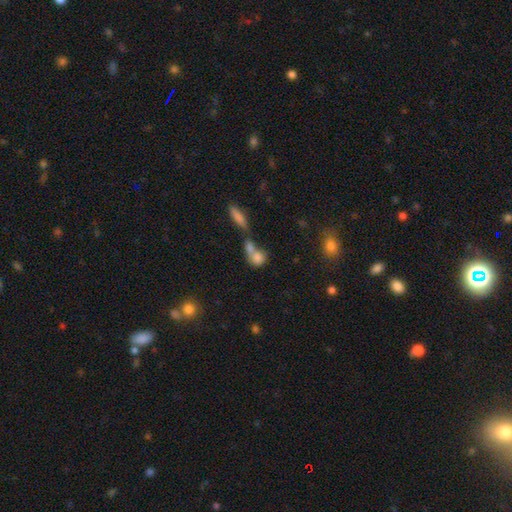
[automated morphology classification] A smooth galaxy with no disk features (77%) that is round (48%). Merging: merger (58%).